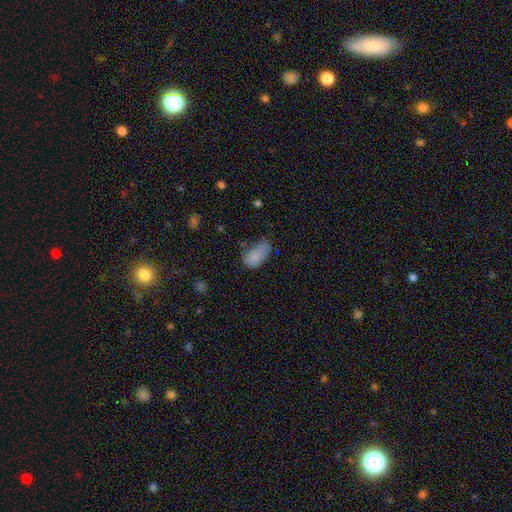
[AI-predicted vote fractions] This appears to be a smooth galaxy with no disk features (83%) that is in between round and cigar-shaped (93%). Merging: none (41%).